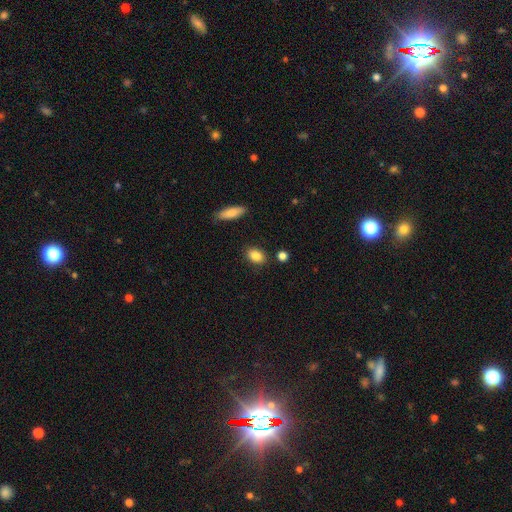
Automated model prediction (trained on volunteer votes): This is clearly a smooth galaxy (87%). How rounded: likely in between (77%). Merging: clearly none (84%).